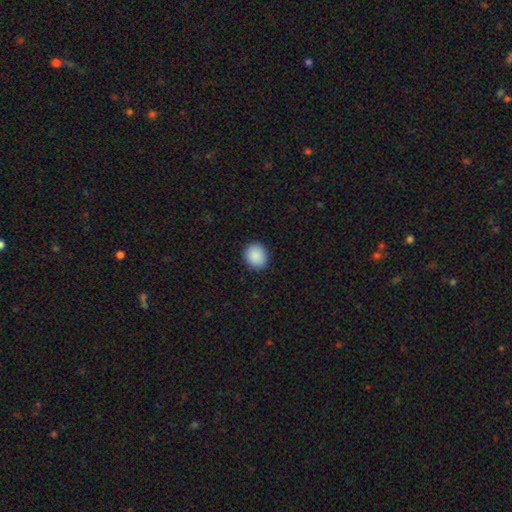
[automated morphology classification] This is clearly a smooth galaxy (90%). How rounded: clearly round (80%). Merging: clearly none (91%).